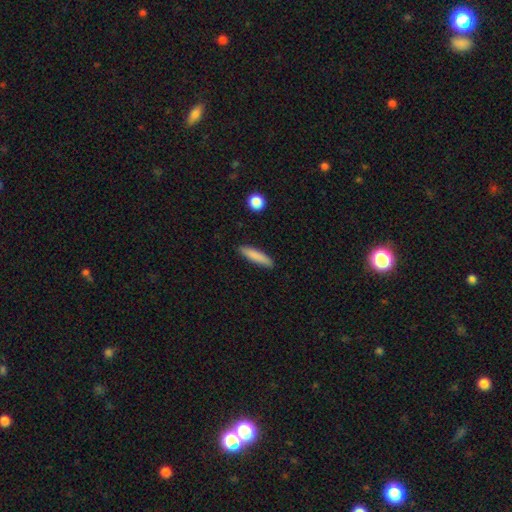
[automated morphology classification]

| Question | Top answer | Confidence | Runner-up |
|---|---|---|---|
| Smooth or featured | smooth | 84% | featured or disk (10%) |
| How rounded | cigar-shaped | 81% | in between (17%) |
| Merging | none | 89% | minor disturbance (8%) |